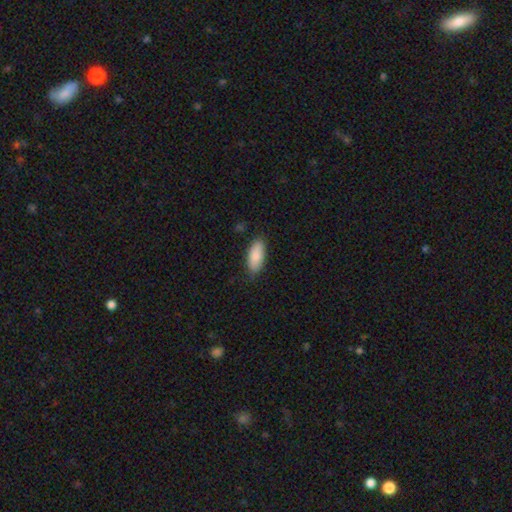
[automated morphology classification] A smooth galaxy with no disk features (87%) that is in between round and cigar-shaped (83%). Merging: none (82%).